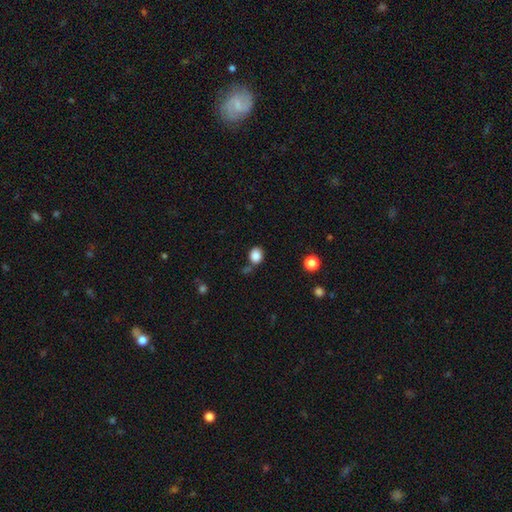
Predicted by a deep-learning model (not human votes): Smooth or featured?
  - smooth: 86% *
  - star or artifact: 10%
  - featured or disk: 4%
How rounded?
  - round: 60% *
  - in between: 39%
  - cigar-shaped: 1%
Merging?
  - none: 70% *
  - minor disturbance: 16%
  - merger: 10%
  - major disturbance: 5%